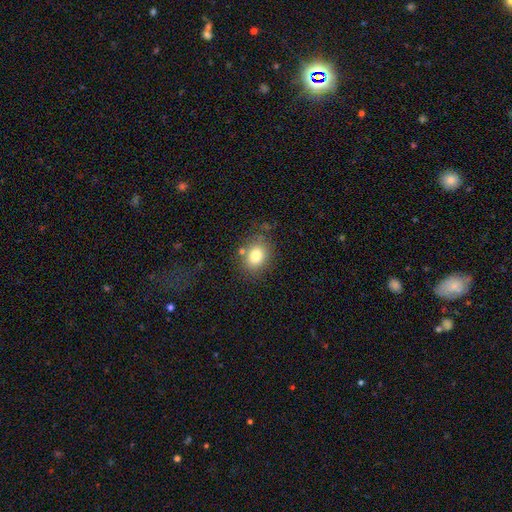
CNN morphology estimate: smooth-or-featured: smooth: 79% | star or artifact: 11% | featured or disk: 10%
  how-rounded: in between: 51% | round: 48% | cigar-shaped: 1%
  merging: none: 73% | minor disturbance: 15% | merger: 6% | major disturbance: 6%